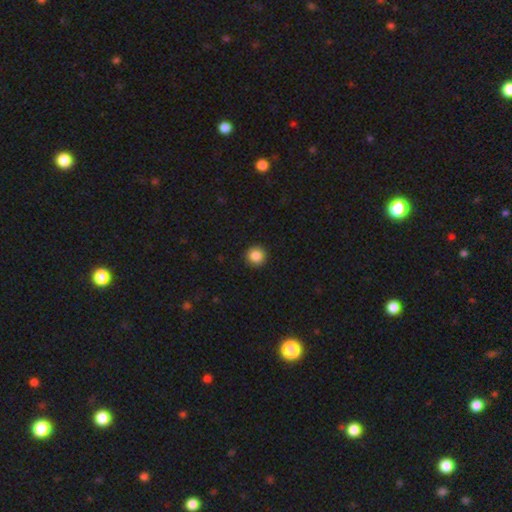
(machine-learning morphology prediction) Smooth or featured? smooth (86%)
How rounded? round (95%)
Merging? none (93%)